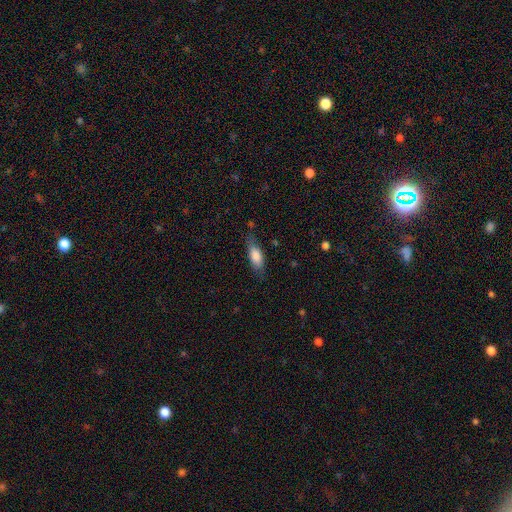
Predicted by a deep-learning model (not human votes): A smooth galaxy with no disk features (79%) that is in between round and cigar-shaped (69%).

Vote fractions:
- Smooth or featured? smooth: 79% / featured or disk: 15% / star or artifact: 6%
- How rounded? in between: 69% / cigar-shaped: 29% / round: 2%
- Merging? none: 72% / minor disturbance: 21% / major disturbance: 5% / merger: 2%